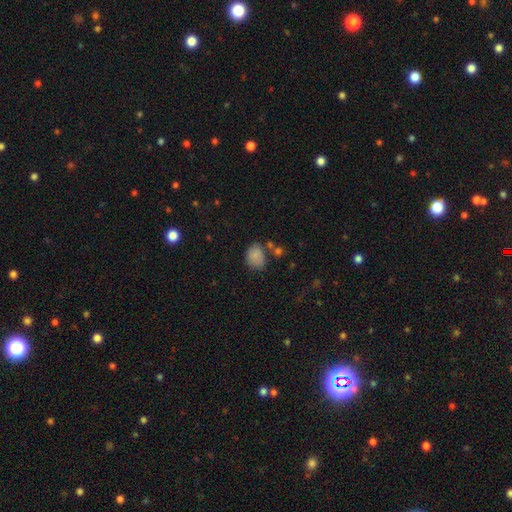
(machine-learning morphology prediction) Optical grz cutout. It shows a smooth galaxy with no disk features (82%) that is in between round and cigar-shaped (55%). Merging: none (57%).